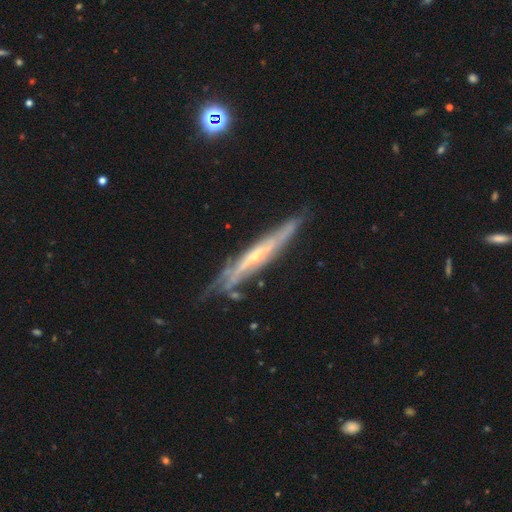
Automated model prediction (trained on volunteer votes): Smooth or featured: featured or disk — 78% (smooth — 16%)
Edge-on disk: yes — 75% (no — 25%)
Edge-on bulge: none — 48% (rounded — 45%)
Merging: none — 64% (minor disturbance — 24%)